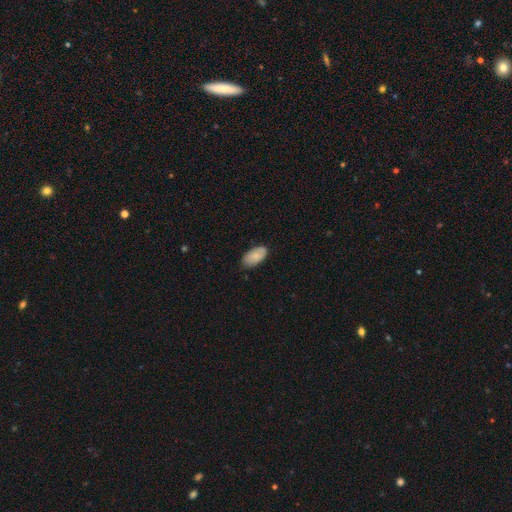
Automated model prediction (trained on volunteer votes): Q: Smooth or featured?
A: smooth (82%); runner-up: featured or disk (12%)
Q: How rounded?
A: in between (95%); runner-up: round (3%)
Q: Merging?
A: none (78%); runner-up: minor disturbance (18%)